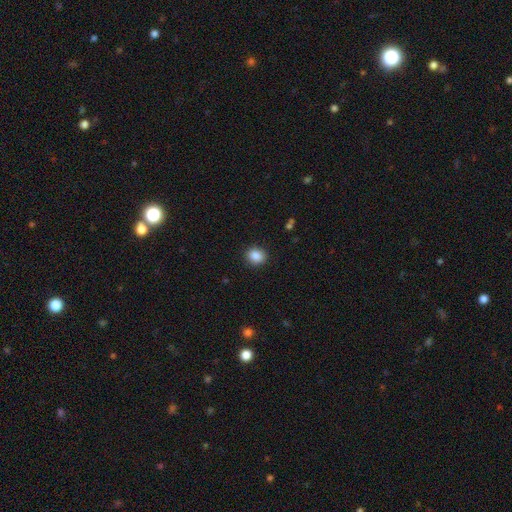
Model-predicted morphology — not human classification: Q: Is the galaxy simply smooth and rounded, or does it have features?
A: smooth — 87%.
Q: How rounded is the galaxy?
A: round — 72%.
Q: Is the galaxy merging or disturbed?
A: none — 90%.